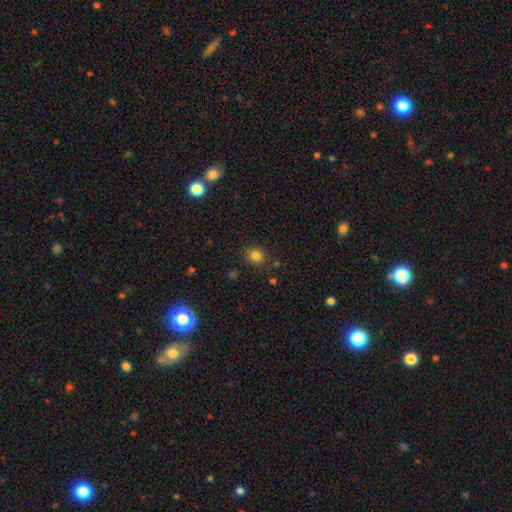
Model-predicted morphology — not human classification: smooth 81%, star or artifact 14%, featured or disk 5%. Down the decision tree: how rounded — round (74%); merging — none (83%).